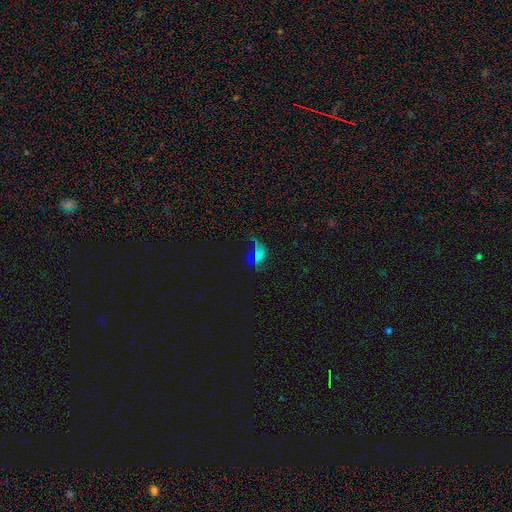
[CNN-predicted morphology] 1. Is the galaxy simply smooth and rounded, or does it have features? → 41% featured or disk, 33% smooth, 27% star or artifact.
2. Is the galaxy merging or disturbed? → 38% none, 33% major disturbance, 21% minor disturbance, 8% merger.